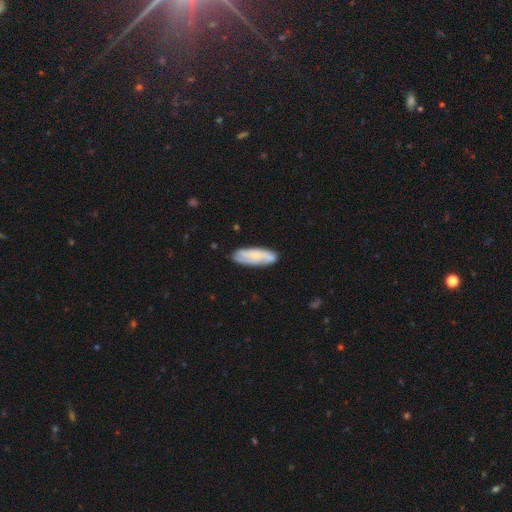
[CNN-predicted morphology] This is possibly a smooth galaxy (56%). How rounded: possibly in between (54%). Merging: likely none (77%).